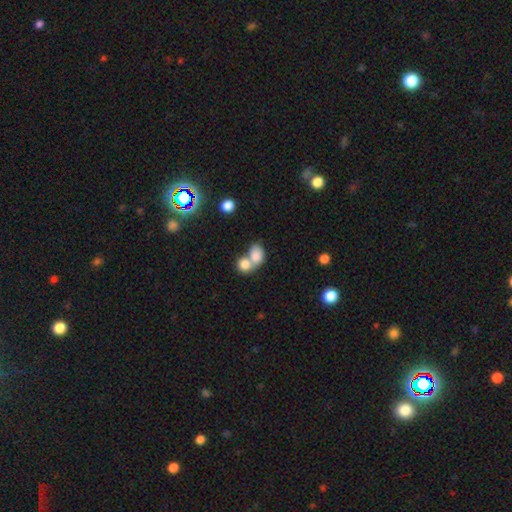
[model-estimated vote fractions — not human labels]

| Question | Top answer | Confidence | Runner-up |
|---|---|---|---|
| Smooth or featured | smooth | 81% | featured or disk (10%) |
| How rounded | in between | 61% | round (37%) |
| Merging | merger | 66% | none (23%) |